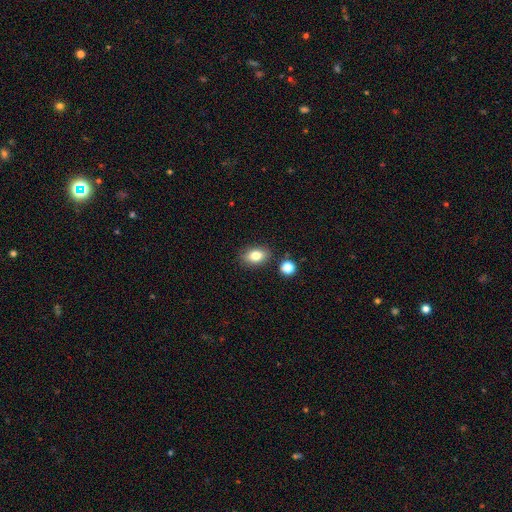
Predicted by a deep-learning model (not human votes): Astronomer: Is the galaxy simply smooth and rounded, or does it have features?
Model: smooth — 81%.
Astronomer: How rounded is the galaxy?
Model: in between — 81%.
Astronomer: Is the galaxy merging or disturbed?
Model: none — 84%.